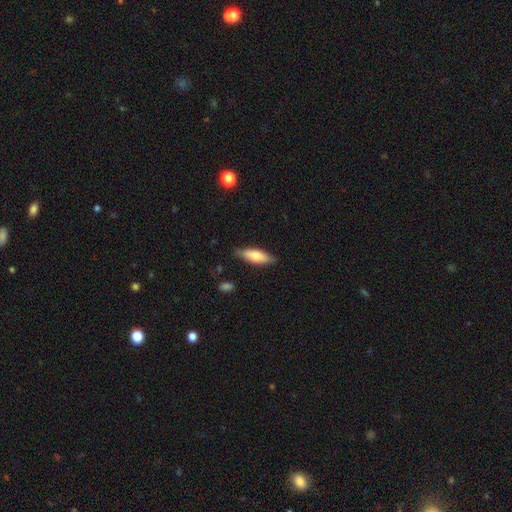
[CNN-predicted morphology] Q: Smooth or featured?
A: smooth (74%); runner-up: featured or disk (20%)
Q: How rounded?
A: in between (54%); runner-up: cigar-shaped (44%)
Q: Merging?
A: none (82%); runner-up: minor disturbance (14%)